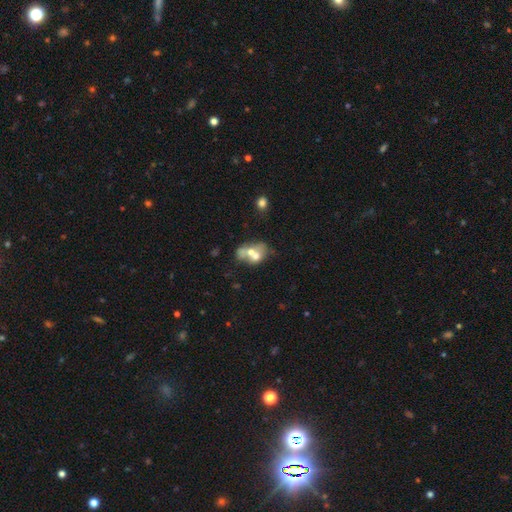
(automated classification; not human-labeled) This is possibly a smooth galaxy (54%). How rounded: likely in between (61%). Merging: likely merger (65%).